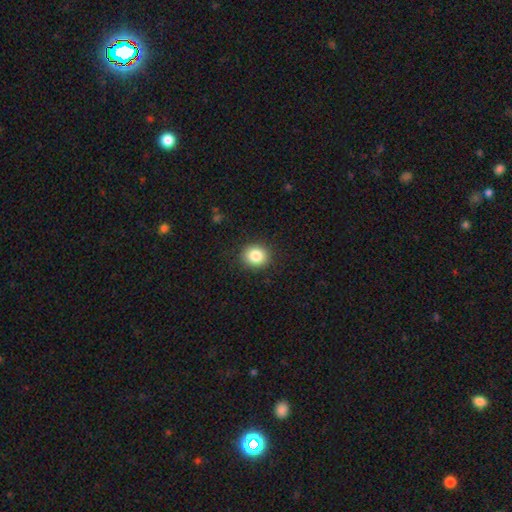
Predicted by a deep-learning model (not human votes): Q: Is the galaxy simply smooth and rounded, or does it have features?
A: smooth — 84%.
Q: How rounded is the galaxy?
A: round — 80%.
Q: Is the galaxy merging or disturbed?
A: none — 90%.